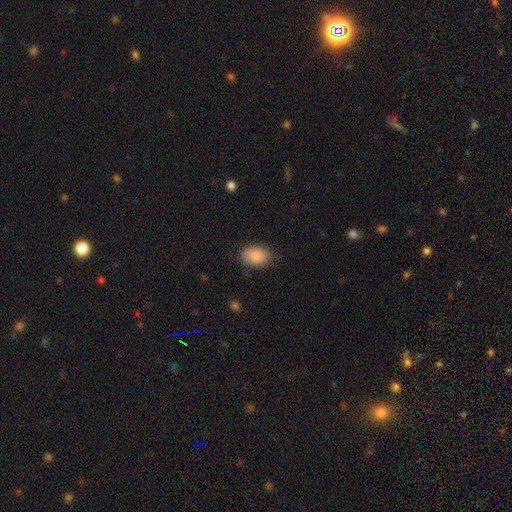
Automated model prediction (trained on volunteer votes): Smooth or featured: smooth — 86% (featured or disk — 7%)
How rounded: in between — 83% (round — 16%)
Merging: none — 77% (minor disturbance — 18%)